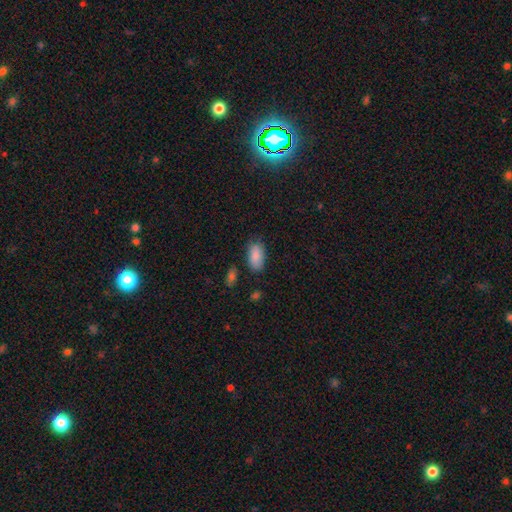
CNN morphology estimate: The model was most divided on "merging": none: 77%, minor disturbance: 17%, major disturbance: 4%, merger: 3%. More confident: how rounded — in between (94%); smooth or featured — smooth (88%).